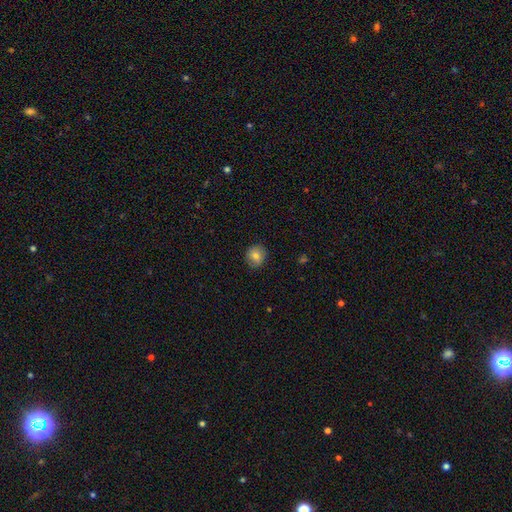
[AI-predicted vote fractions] This appears to be a smooth galaxy with no disk features (77%) that is round (83%). Merging: none (86%).